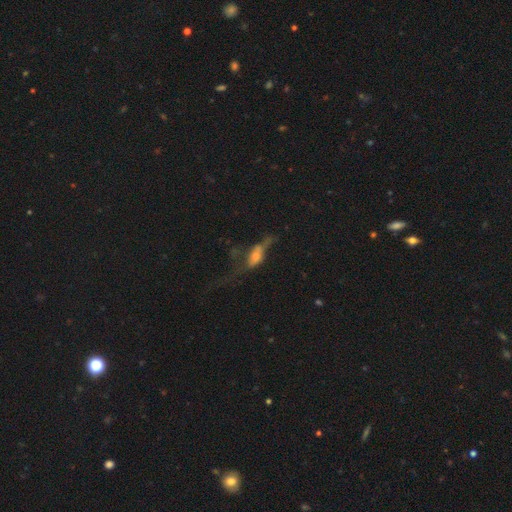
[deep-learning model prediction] The model was most divided on "smooth or featured": featured or disk: 51%, smooth: 36%, star or artifact: 13%. More confident: edge-on disk — no (65%); merging — major disturbance (52%).